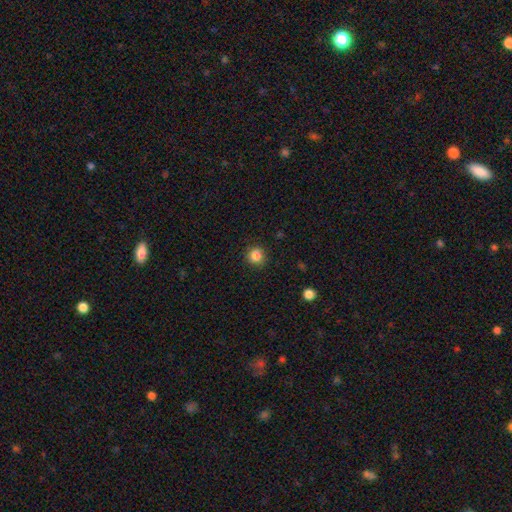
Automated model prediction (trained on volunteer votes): This appears to be a smooth galaxy with no disk features (86%) that is round (92%). Merging: none (90%).